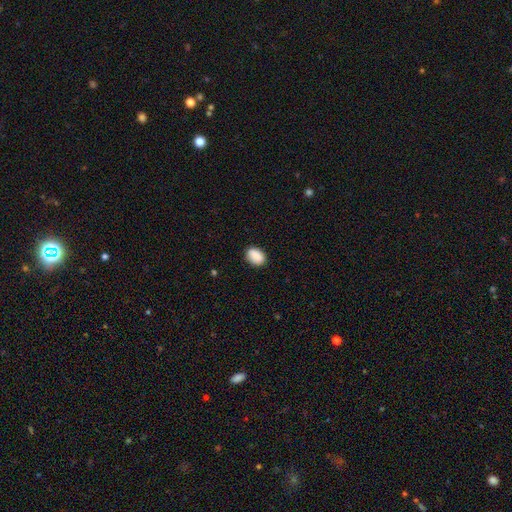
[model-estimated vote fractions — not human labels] smooth-or-featured: smooth: 89% | star or artifact: 8% | featured or disk: 4%
  how-rounded: in between: 74% | round: 25% | cigar-shaped: 1%
  merging: none: 85% | minor disturbance: 12% | major disturbance: 2% | merger: 1%